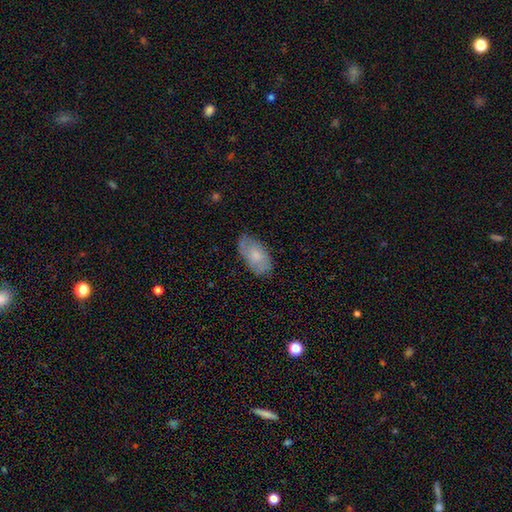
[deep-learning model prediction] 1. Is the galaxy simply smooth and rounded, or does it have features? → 61% smooth, 32% featured or disk, 7% star or artifact.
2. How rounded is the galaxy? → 94% in between, 3% round, 3% cigar-shaped.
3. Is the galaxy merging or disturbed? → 72% none, 22% minor disturbance, 5% major disturbance, 1% merger.